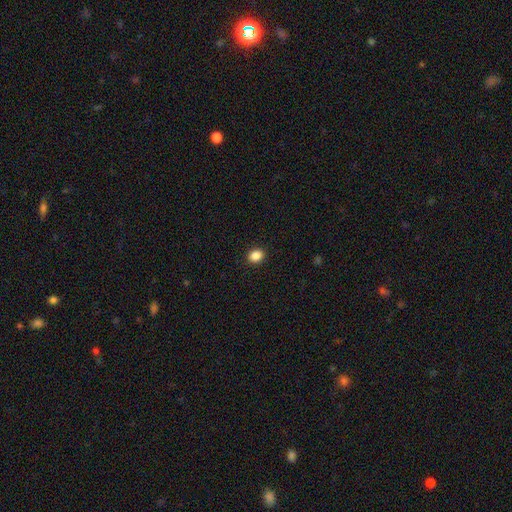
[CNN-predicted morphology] This is clearly a smooth galaxy (87%). How rounded: possibly round (56%). Merging: clearly none (92%).